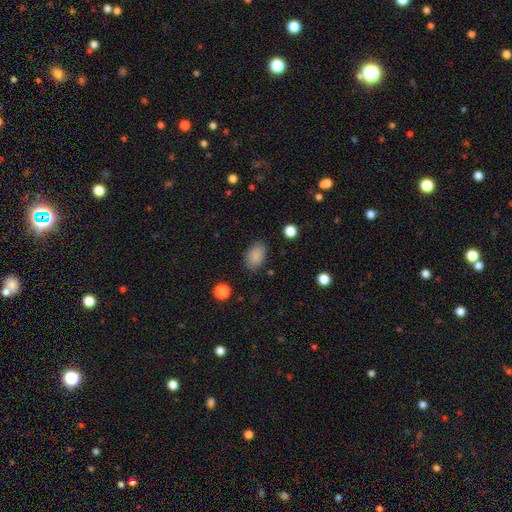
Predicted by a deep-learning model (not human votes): A smooth galaxy with no disk features (87%) that is in between round and cigar-shaped (89%).

Vote fractions:
- Smooth or featured? smooth: 87% / star or artifact: 8% / featured or disk: 4%
- How rounded? in between: 89% / round: 10% / cigar-shaped: 1%
- Merging? none: 85% / minor disturbance: 11% / major disturbance: 3% / merger: 1%